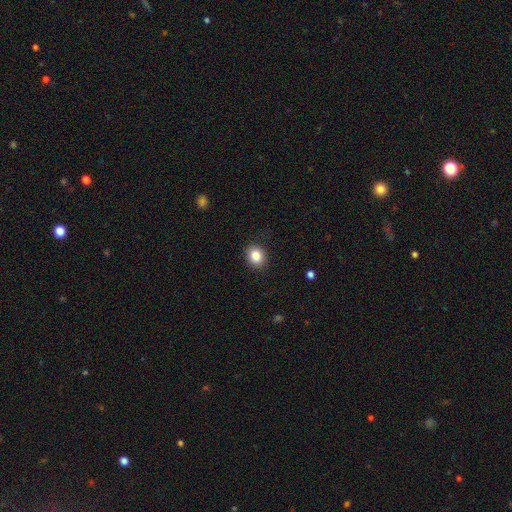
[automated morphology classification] Smooth or featured? smooth (86%)
How rounded? round (58%)
Merging? none (88%)